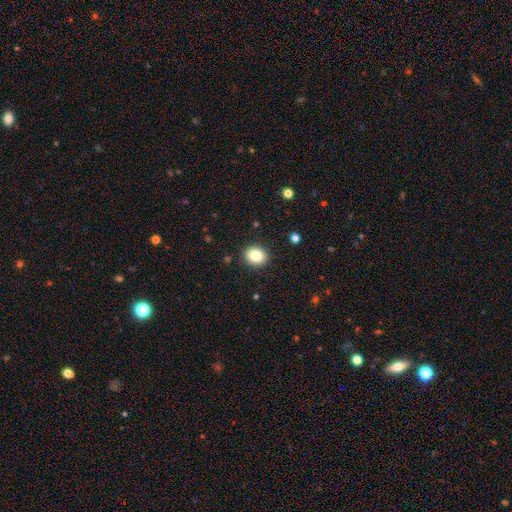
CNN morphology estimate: Smooth or featured: smooth — 83% (star or artifact — 10%)
How rounded: round — 68% (in between — 31%)
Merging: none — 90% (minor disturbance — 7%)